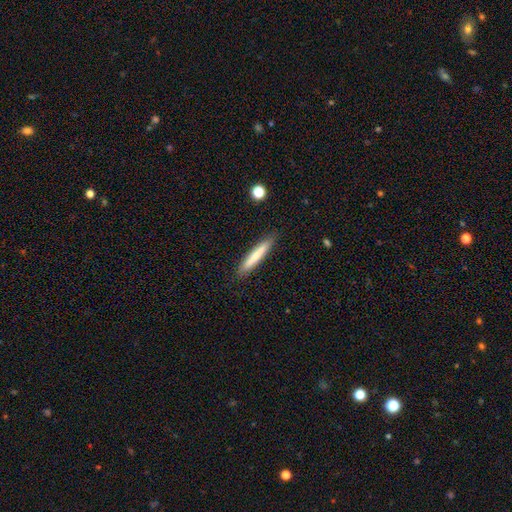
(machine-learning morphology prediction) Smooth or featured: smooth — 71% (featured or disk — 23%)
How rounded: cigar-shaped — 94% (in between — 5%)
Merging: none — 89% (minor disturbance — 8%)